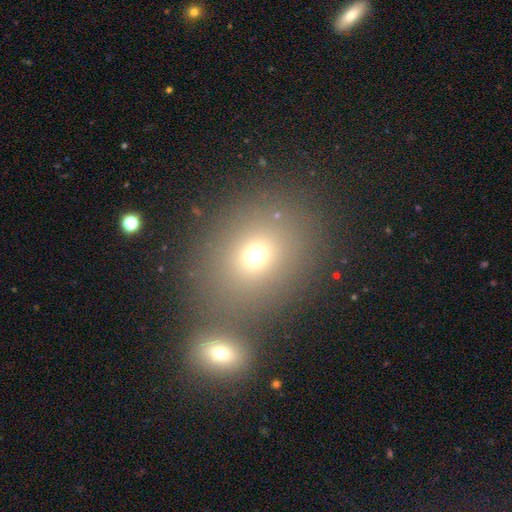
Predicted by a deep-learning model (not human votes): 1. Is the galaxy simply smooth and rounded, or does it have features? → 69% smooth, 18% star or artifact, 12% featured or disk.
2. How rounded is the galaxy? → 62% round, 37% in between, 1% cigar-shaped.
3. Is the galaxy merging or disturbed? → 60% none, 26% merger, 9% minor disturbance, 5% major disturbance.